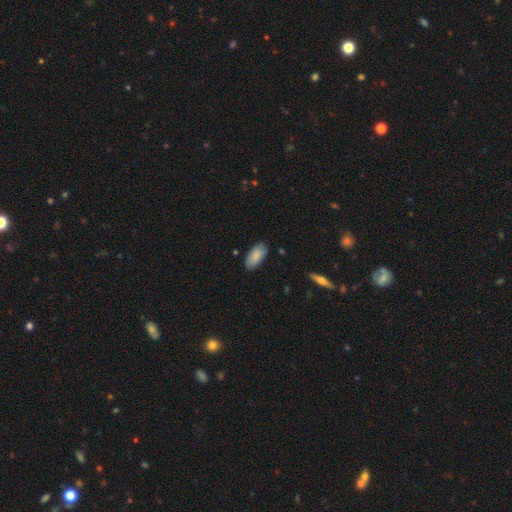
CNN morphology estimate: Smooth or featured: smooth — 85% (featured or disk — 9%)
How rounded: in between — 91% (cigar-shaped — 8%)
Merging: none — 80% (minor disturbance — 16%)